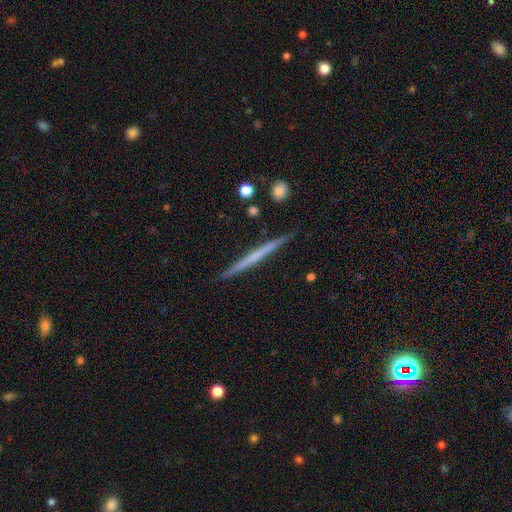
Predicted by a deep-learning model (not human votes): This is possibly a featured or disk galaxy (52%). It is clearly viewed edge-on (98%). Edge-on bulge: clearly none (89%). Merging: clearly none (91%).